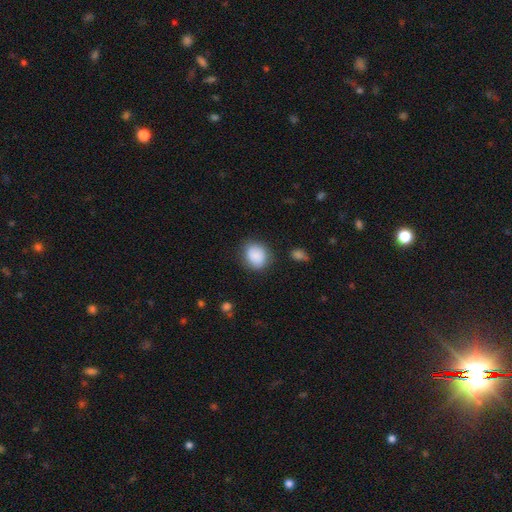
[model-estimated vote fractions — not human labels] Q: Smooth or featured?
A: smooth (88%); runner-up: star or artifact (7%)
Q: How rounded?
A: round (64%); runner-up: in between (35%)
Q: Merging?
A: none (80%); runner-up: minor disturbance (14%)